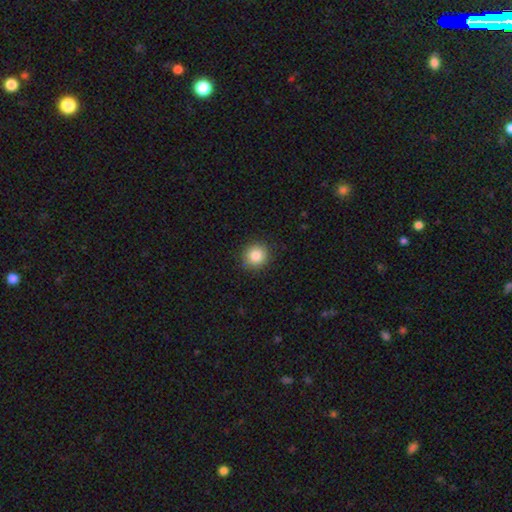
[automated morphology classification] type=smooth (86%); roundness=round (92%); merging=none (91%).